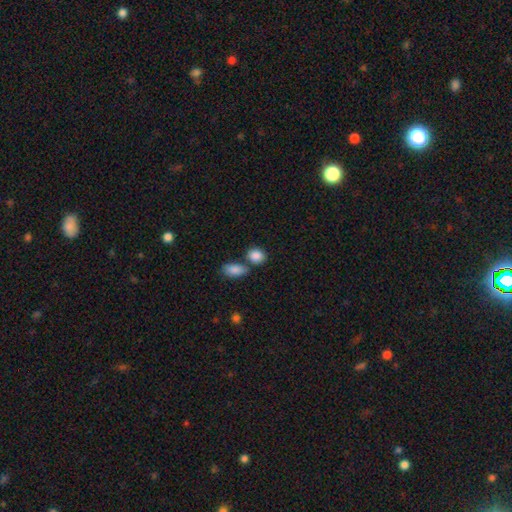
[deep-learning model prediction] smooth 87%, star or artifact 8%, featured or disk 5%. Down the decision tree: how rounded — round (51%); merging — none (59%).